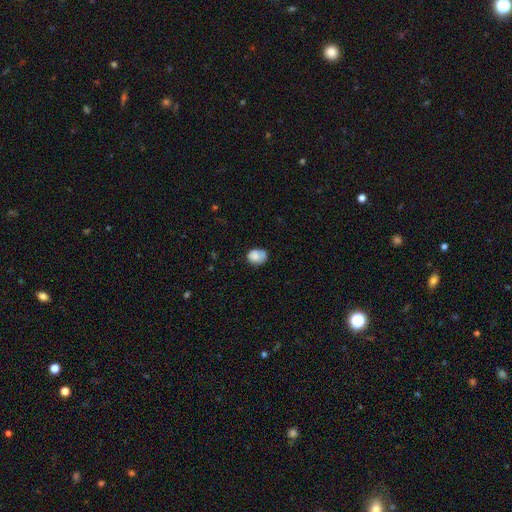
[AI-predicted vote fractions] smooth 82%, featured or disk 10%, star or artifact 8%. Down the decision tree: how rounded — in between (56%); merging — none (58%).